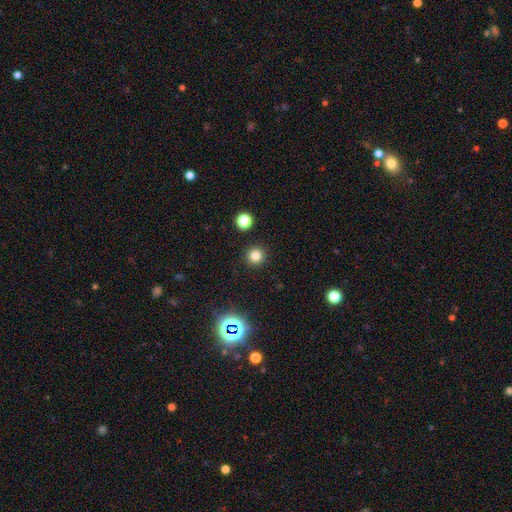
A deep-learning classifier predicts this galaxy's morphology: smooth-or-featured: smooth: 79% | star or artifact: 16% | featured or disk: 5%
  how-rounded: round: 95% | in between: 4% | cigar-shaped: 1%
  merging: none: 92% | minor disturbance: 5% | major disturbance: 2% | merger: 2%